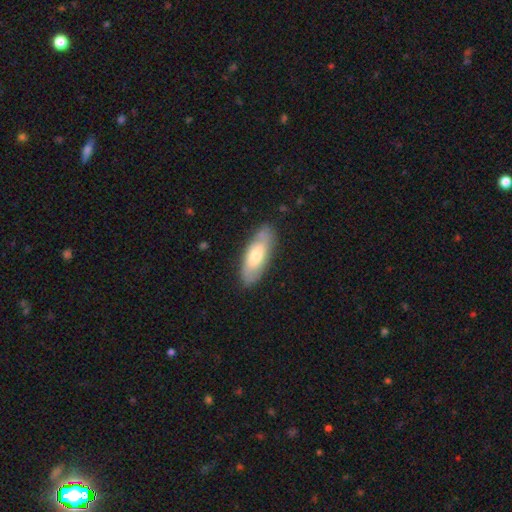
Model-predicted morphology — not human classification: Smooth or featured?
  - smooth: 59% *
  - featured or disk: 35%
  - star or artifact: 5%
How rounded?
  - in between: 70% *
  - cigar-shaped: 28%
  - round: 2%
Merging?
  - none: 81% *
  - minor disturbance: 14%
  - major disturbance: 3%
  - merger: 2%